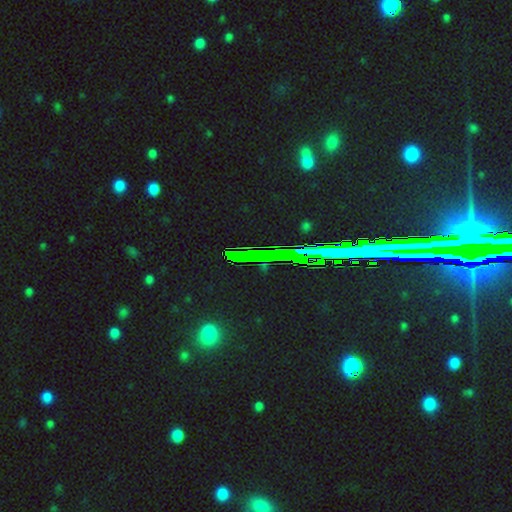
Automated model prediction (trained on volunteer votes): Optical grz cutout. It shows a star or artifact, not a galaxy (77%).